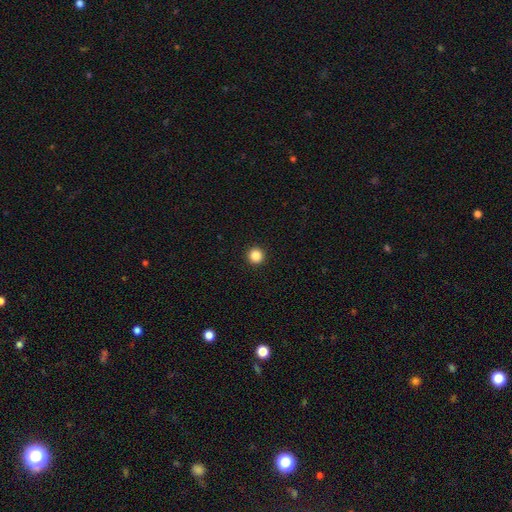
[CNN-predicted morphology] The model was most divided on "smooth or featured": smooth: 85%, star or artifact: 11%, featured or disk: 3%. More confident: how rounded — round (96%); merging — none (94%).